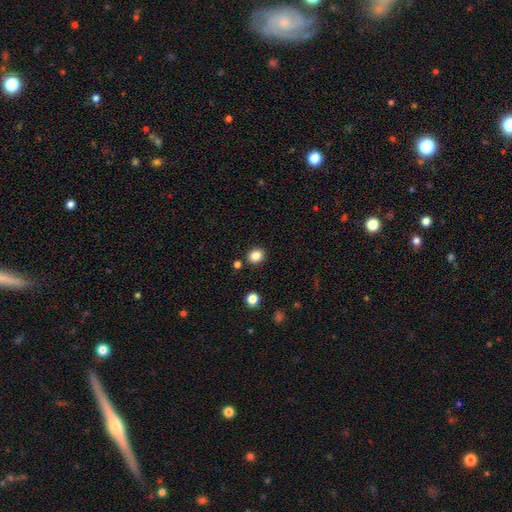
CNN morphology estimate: Q: Smooth or featured?
A: smooth (85%); runner-up: star or artifact (11%)
Q: How rounded?
A: round (72%); runner-up: in between (27%)
Q: Merging?
A: none (89%); runner-up: minor disturbance (7%)